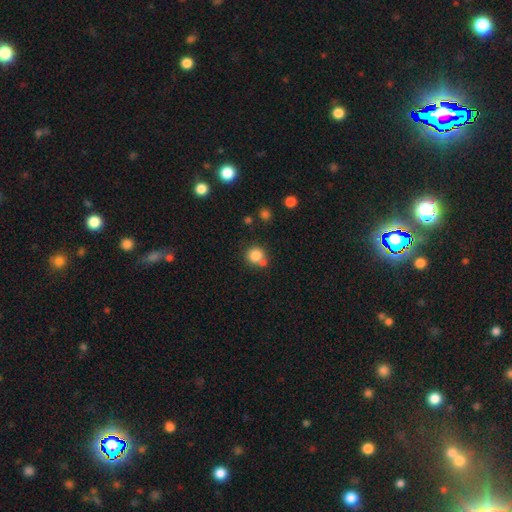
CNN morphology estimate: smooth 82%, star or artifact 11%, featured or disk 7%. Down the decision tree: how rounded — round (87%); merging — none (58%).